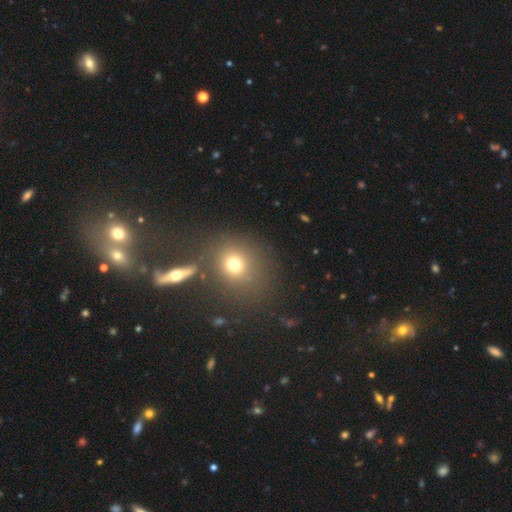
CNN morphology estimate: The model was most divided on "smooth or featured": smooth: 57%, star or artifact: 32%, featured or disk: 11%. More confident: how rounded — round (75%); merging — none (64%).